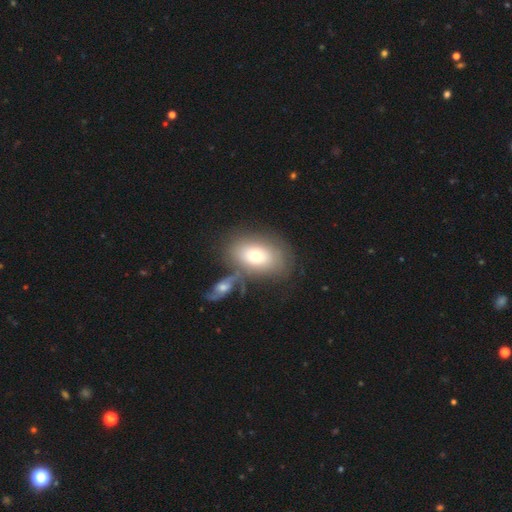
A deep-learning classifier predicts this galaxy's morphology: smooth 66%, featured or disk 25%, star or artifact 8%. Down the decision tree: how rounded — in between (83%); merging — none (60%).